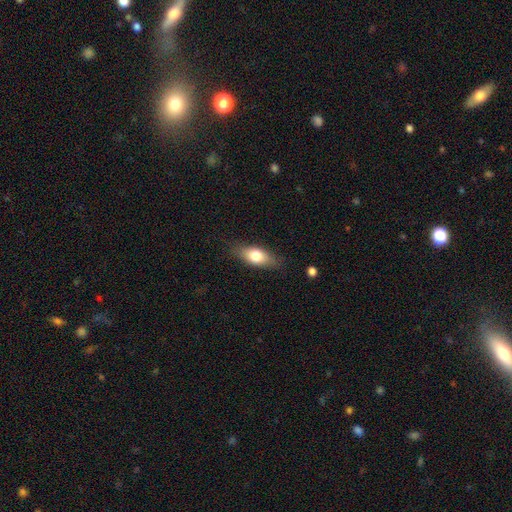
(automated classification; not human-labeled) A smooth galaxy with no disk features (73%) that is in between round and cigar-shaped (79%).

Vote fractions:
- Smooth or featured? smooth: 73% / featured or disk: 21% / star or artifact: 7%
- How rounded? in between: 79% / cigar-shaped: 16% / round: 5%
- Merging? none: 82% / minor disturbance: 14% / major disturbance: 3% / merger: 1%